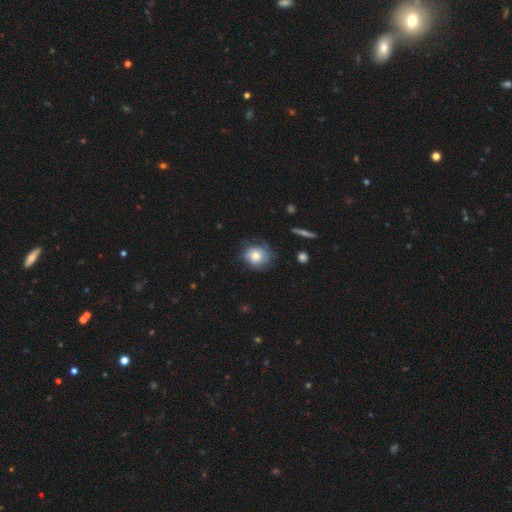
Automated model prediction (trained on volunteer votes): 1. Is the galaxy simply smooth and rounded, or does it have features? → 68% smooth, 24% featured or disk, 8% star or artifact.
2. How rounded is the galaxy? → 77% round, 22% in between, 1% cigar-shaped.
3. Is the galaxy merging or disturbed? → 65% none, 24% minor disturbance, 9% major disturbance, 2% merger.